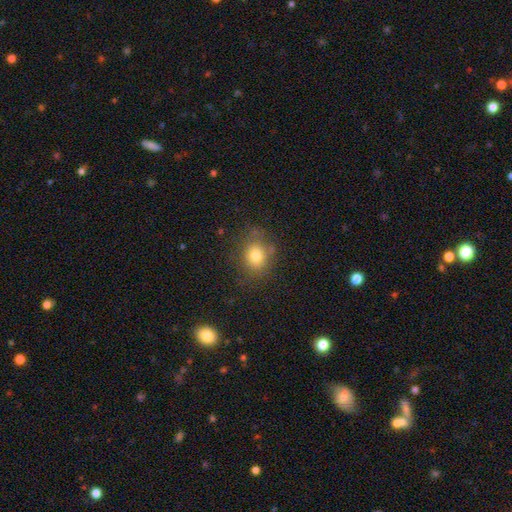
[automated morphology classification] Smooth or featured? Predicted: smooth (p=0.78). How rounded? Predicted: round (p=0.67). Merging? Predicted: none (p=0.74).